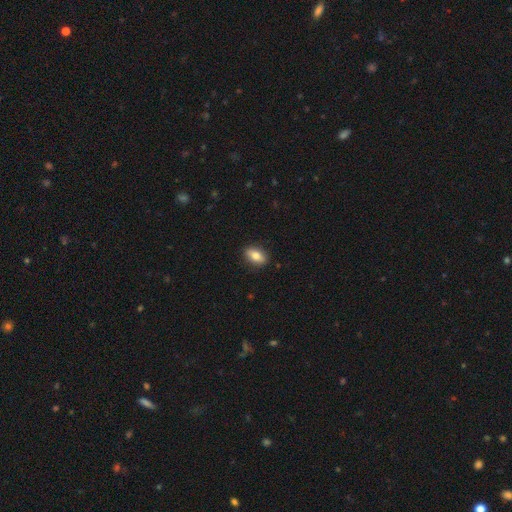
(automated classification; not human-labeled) A smooth galaxy with no disk features (79%) that is in between round and cigar-shaped (85%). Merging: none (88%).